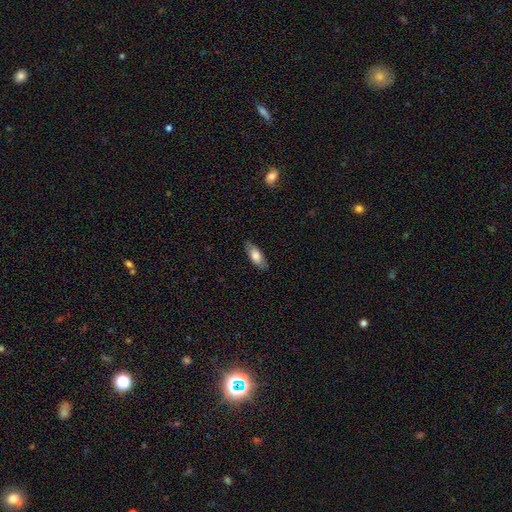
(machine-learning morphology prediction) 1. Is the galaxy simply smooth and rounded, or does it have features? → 73% smooth, 20% featured or disk, 6% star or artifact.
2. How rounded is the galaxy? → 76% in between, 21% cigar-shaped, 2% round.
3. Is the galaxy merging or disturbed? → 83% none, 13% minor disturbance, 3% major disturbance, 1% merger.